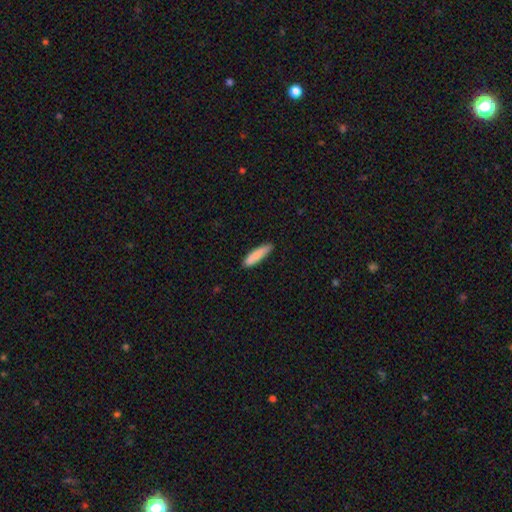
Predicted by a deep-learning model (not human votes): smooth_or_featured: smooth (p=0.85) [alt: featured or disk p=0.10]
how_rounded: cigar-shaped (p=0.73) [alt: in between p=0.25]
merging: none (p=0.83) [alt: minor disturbance p=0.14]